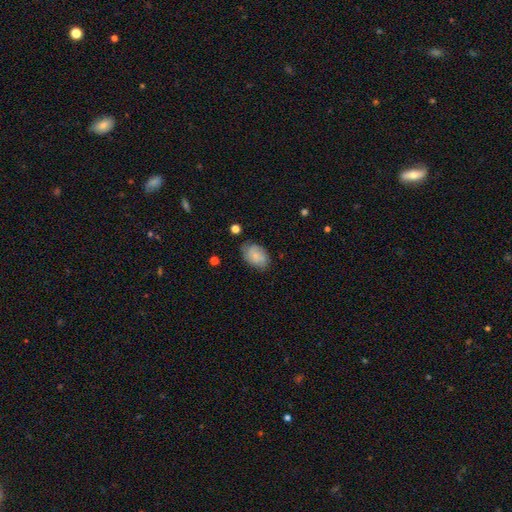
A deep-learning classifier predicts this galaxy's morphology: Smooth or featured?
  - smooth: 74% *
  - featured or disk: 19%
  - star or artifact: 7%
How rounded?
  - in between: 87% *
  - round: 12%
  - cigar-shaped: 1%
Merging?
  - none: 73% *
  - minor disturbance: 21%
  - major disturbance: 4%
  - merger: 2%